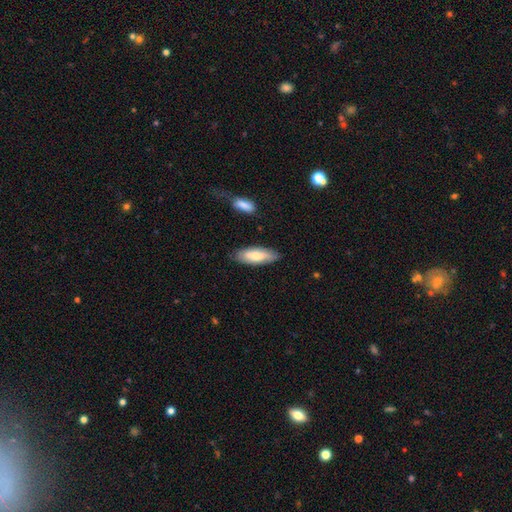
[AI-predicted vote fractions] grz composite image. It shows a smooth galaxy with no disk features (73%) that is in between round and cigar-shaped (66%). Merging: none (81%).